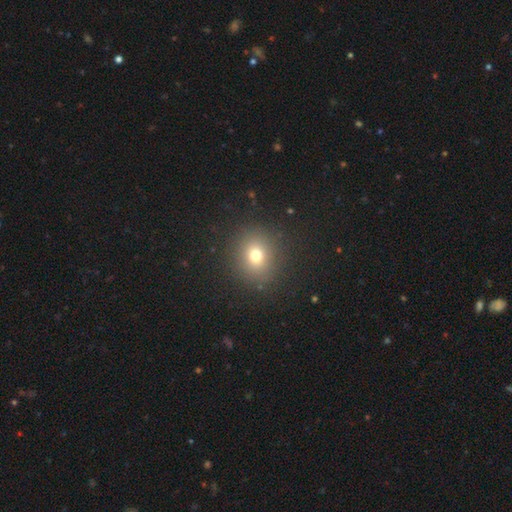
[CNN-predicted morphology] smooth_or_featured: smooth (p=0.72) [alt: star or artifact p=0.18]
how_rounded: round (p=0.81) [alt: in between p=0.18]
merging: none (p=0.88) [alt: minor disturbance p=0.07]